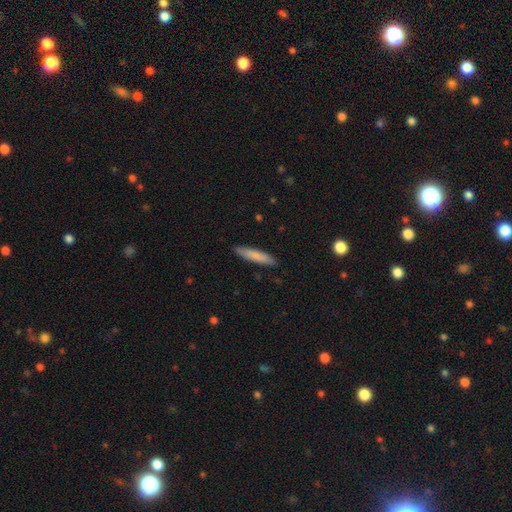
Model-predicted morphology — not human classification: The model was most divided on "smooth or featured": smooth: 79%, featured or disk: 15%, star or artifact: 6%. More confident: merging — none (90%); how rounded — cigar-shaped (89%).